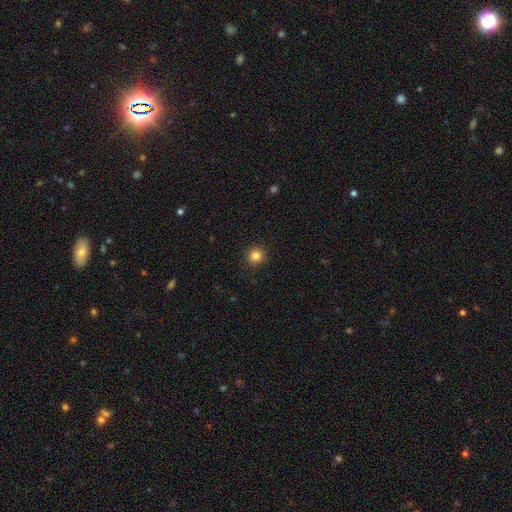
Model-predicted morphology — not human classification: Smooth or featured? Predicted: smooth (p=0.84). How rounded? Predicted: round (p=0.95). Merging? Predicted: none (p=0.93).